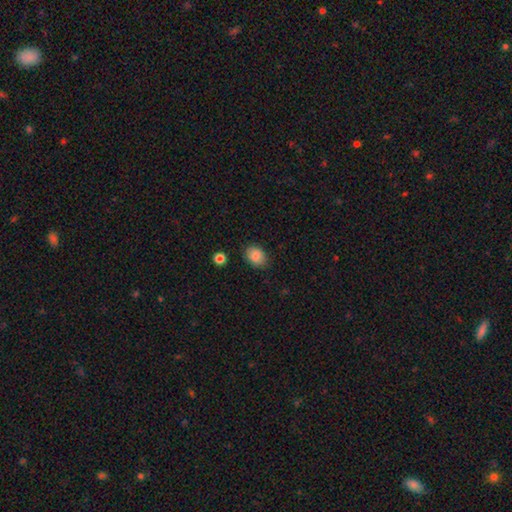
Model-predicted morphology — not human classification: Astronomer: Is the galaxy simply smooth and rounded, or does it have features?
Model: smooth — 87%.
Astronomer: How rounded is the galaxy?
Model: in between — 65%.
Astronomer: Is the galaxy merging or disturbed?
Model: none — 82%.